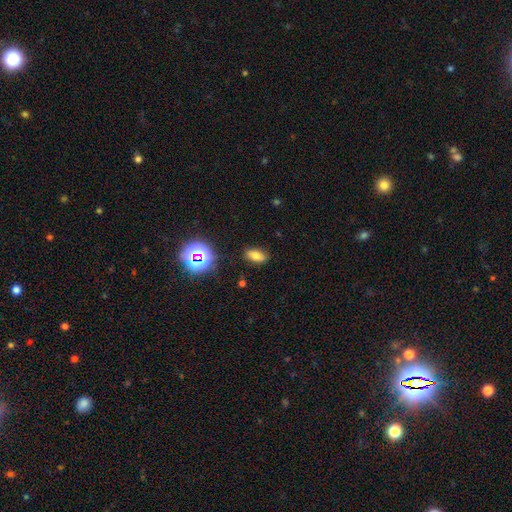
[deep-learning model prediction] A smooth galaxy with no disk features (72%) that is in between round and cigar-shaped (87%).

Vote fractions:
- Smooth or featured? smooth: 72% / star or artifact: 18% / featured or disk: 10%
- How rounded? in between: 87% / round: 8% / cigar-shaped: 5%
- Merging? none: 85% / minor disturbance: 11% / major disturbance: 3% / merger: 2%